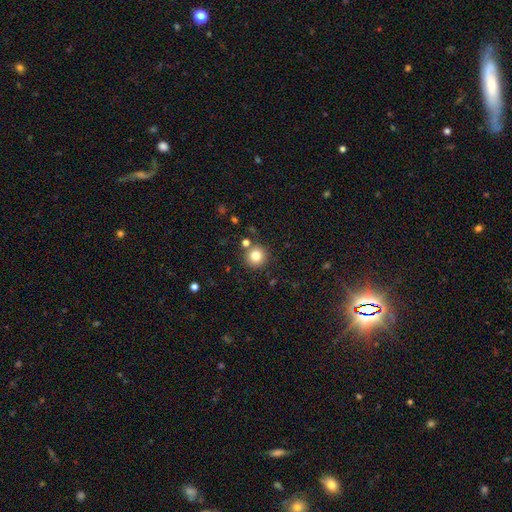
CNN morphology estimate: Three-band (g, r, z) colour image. It shows a smooth galaxy with no disk features (81%) that is round (95%). Merging: none (84%).